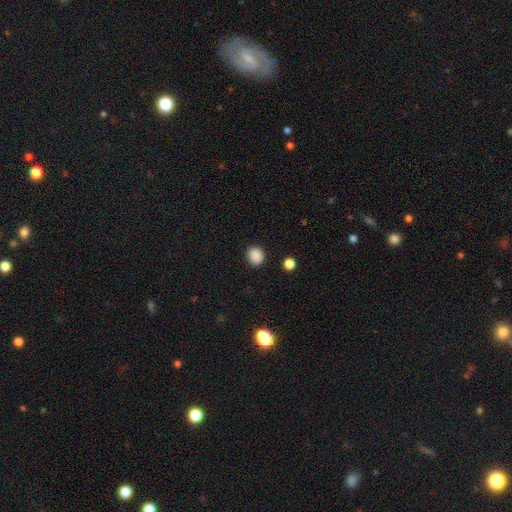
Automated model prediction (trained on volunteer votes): Overall: smooth (88%). How rounded: round (68%; in between 31%). Merging: none (89%).